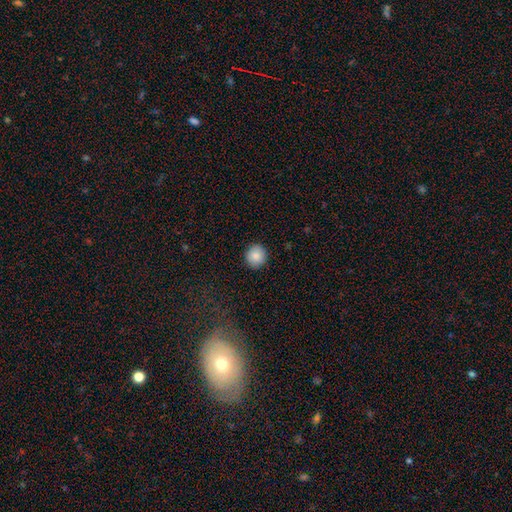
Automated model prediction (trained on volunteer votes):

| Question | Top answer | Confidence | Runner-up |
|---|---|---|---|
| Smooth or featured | smooth | 87% | star or artifact (8%) |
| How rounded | round | 93% | in between (6%) |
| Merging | none | 91% | minor disturbance (6%) |